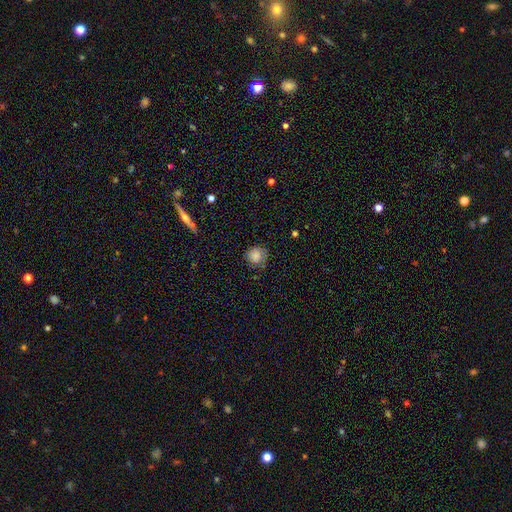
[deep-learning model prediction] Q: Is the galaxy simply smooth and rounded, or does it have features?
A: smooth — 82%.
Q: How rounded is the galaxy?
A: round — 88%.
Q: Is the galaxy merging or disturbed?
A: none — 76%.